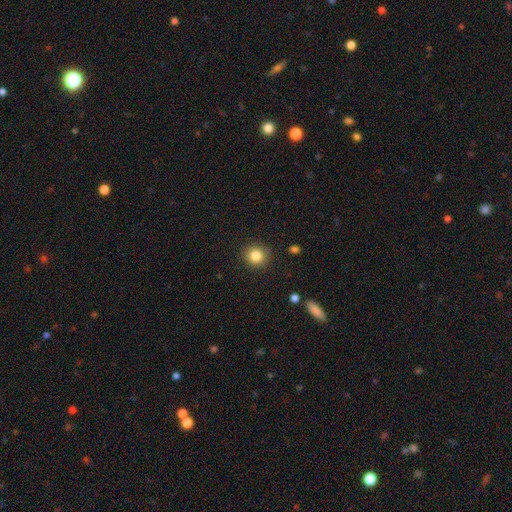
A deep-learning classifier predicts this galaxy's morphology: Overall: smooth (84%). How rounded: round (88%). Merging: none (89%).